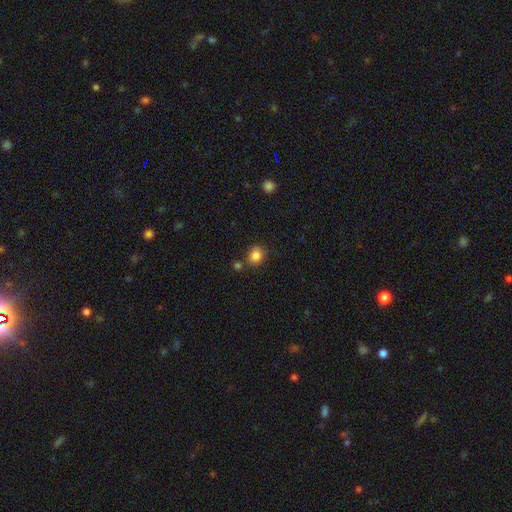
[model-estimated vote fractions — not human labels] A smooth galaxy with no disk features (84%) that is round (72%). Merging: none (74%).